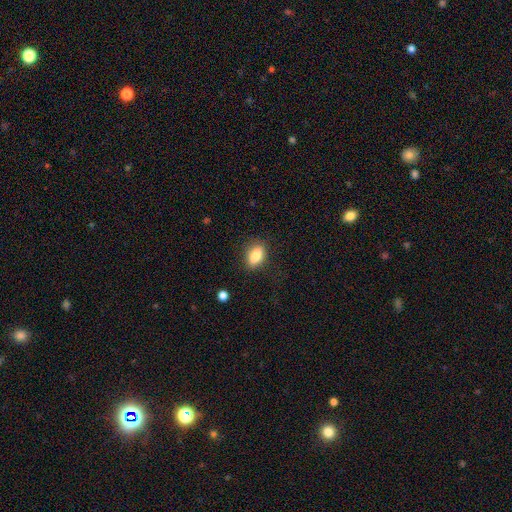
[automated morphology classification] Q: Smooth or featured?
A: smooth (82%); runner-up: featured or disk (10%)
Q: How rounded?
A: in between (83%); runner-up: round (13%)
Q: Merging?
A: none (83%); runner-up: minor disturbance (12%)